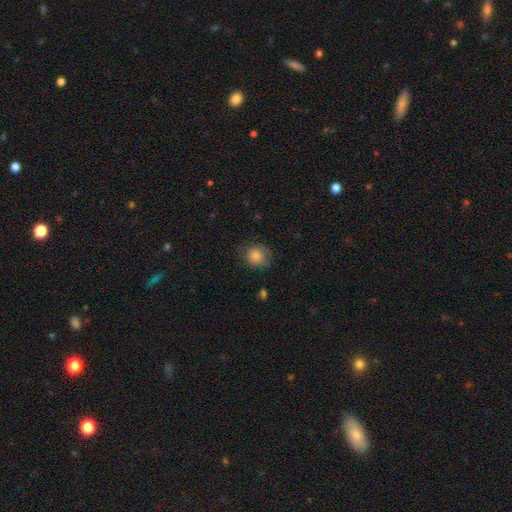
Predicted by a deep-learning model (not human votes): Smooth or featured?
  - smooth: 82% *
  - star or artifact: 10%
  - featured or disk: 9%
How rounded?
  - round: 74% *
  - in between: 25%
  - cigar-shaped: 1%
Merging?
  - none: 72% *
  - minor disturbance: 20%
  - major disturbance: 6%
  - merger: 1%